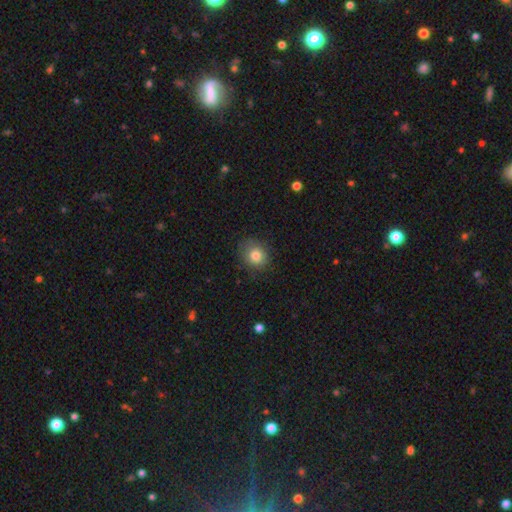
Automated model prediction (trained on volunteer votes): The model was most divided on "how rounded": round: 74%, in between: 26%, cigar-shaped: 1%. More confident: smooth or featured — smooth (82%); merging — none (79%).